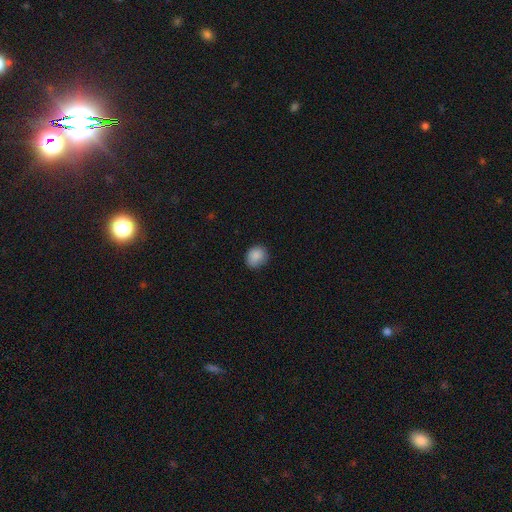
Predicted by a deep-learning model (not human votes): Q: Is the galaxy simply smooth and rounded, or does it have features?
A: smooth — 88%.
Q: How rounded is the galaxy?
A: round — 65%.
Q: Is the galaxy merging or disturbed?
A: none — 80%.